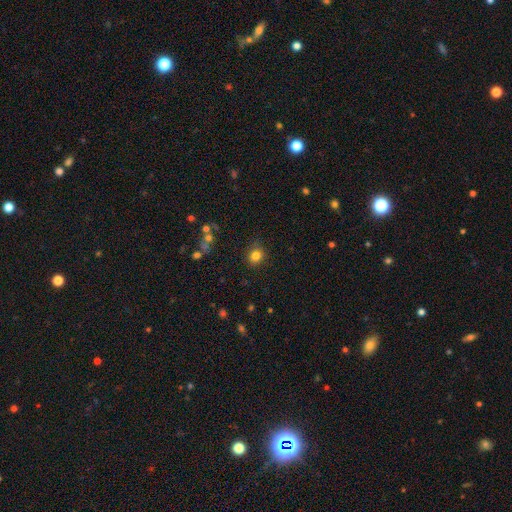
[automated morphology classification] smooth_or_featured: smooth (p=0.81) [alt: star or artifact p=0.13]
how_rounded: round (p=0.74) [alt: in between p=0.25]
merging: none (p=0.84) [alt: minor disturbance p=0.12]